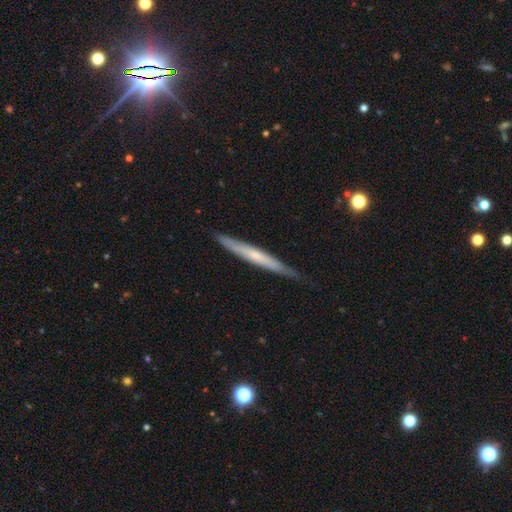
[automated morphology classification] featured or disk 53%, smooth 42%, star or artifact 6%. Down the decision tree: edge-on disk — yes (93%); merging — none (84%).